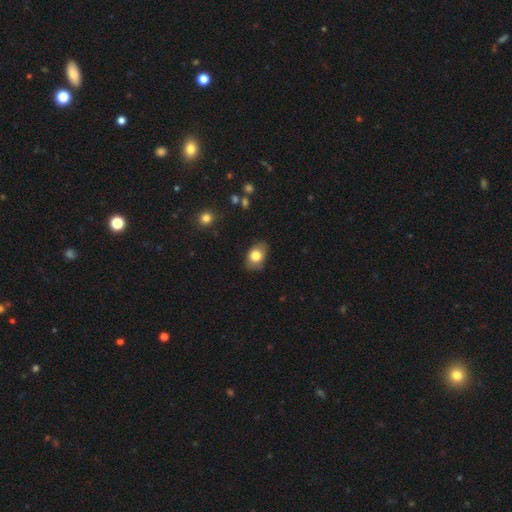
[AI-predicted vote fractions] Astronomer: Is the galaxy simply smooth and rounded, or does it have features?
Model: smooth — 78%.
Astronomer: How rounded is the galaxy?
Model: in between — 78%.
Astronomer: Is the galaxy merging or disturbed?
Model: none — 78%.